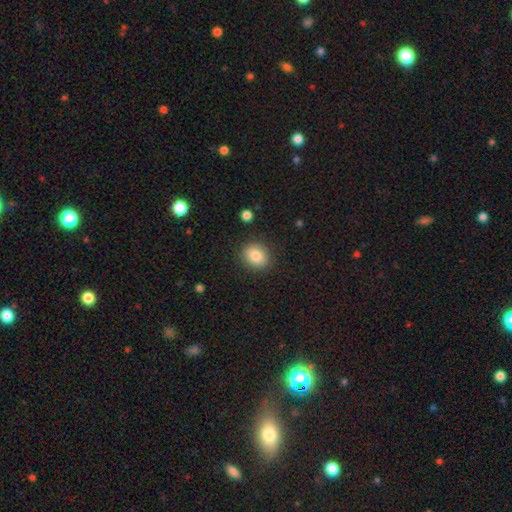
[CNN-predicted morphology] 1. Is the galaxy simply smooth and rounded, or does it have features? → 83% smooth, 9% star or artifact, 8% featured or disk.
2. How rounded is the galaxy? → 62% round, 37% in between, 1% cigar-shaped.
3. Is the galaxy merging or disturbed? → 87% none, 9% minor disturbance, 3% major disturbance, 2% merger.